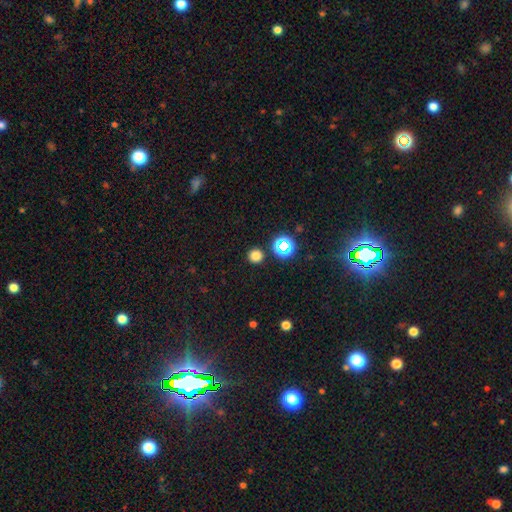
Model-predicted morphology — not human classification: Smooth or featured: smooth — 75% (star or artifact — 20%)
How rounded: round — 94% (in between — 5%)
Merging: none — 89% (minor disturbance — 5%)